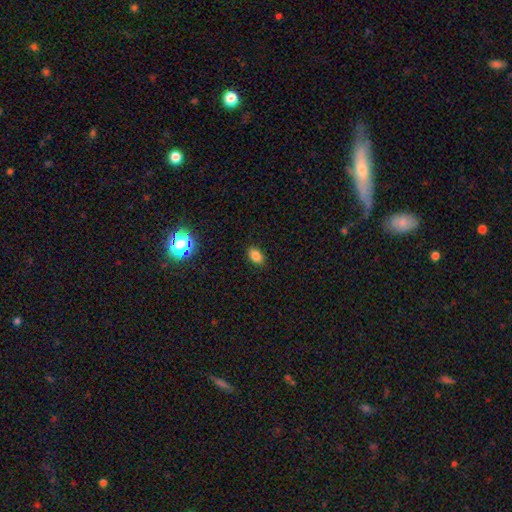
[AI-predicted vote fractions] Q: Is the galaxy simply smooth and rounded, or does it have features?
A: smooth — 83%.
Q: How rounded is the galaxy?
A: in between — 88%.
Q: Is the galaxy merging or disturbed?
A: none — 88%.